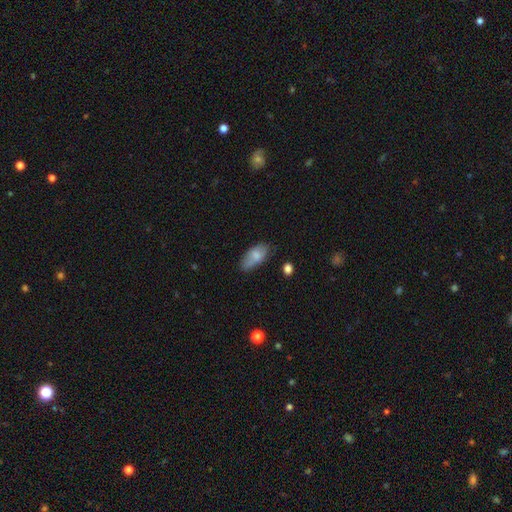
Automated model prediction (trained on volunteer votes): Q: Smooth or featured?
A: smooth (77%); runner-up: featured or disk (16%)
Q: How rounded?
A: in between (90%); runner-up: cigar-shaped (8%)
Q: Merging?
A: none (61%); runner-up: minor disturbance (29%)